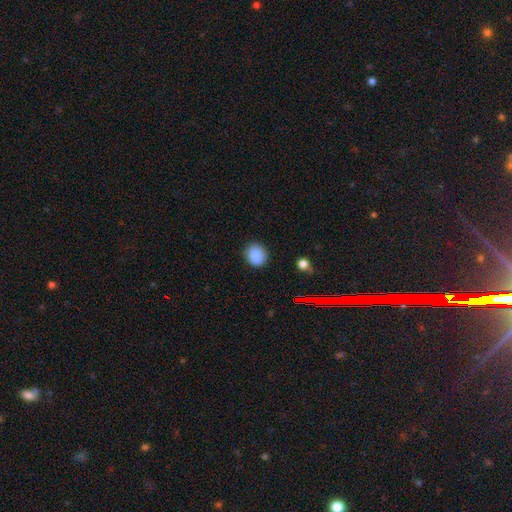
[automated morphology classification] The model was most divided on "how rounded": round: 75%, in between: 24%, cigar-shaped: 1%. More confident: smooth or featured — smooth (87%); merging — none (86%).